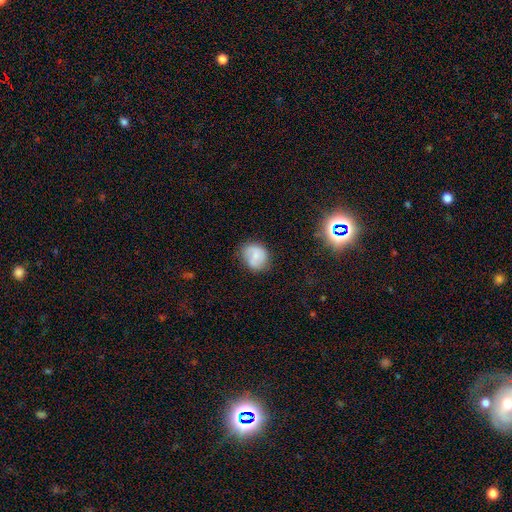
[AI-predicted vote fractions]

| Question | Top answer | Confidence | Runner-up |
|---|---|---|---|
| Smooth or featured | smooth | 68% | featured or disk (23%) |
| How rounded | round | 67% | in between (32%) |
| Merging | none | 66% | minor disturbance (24%) |